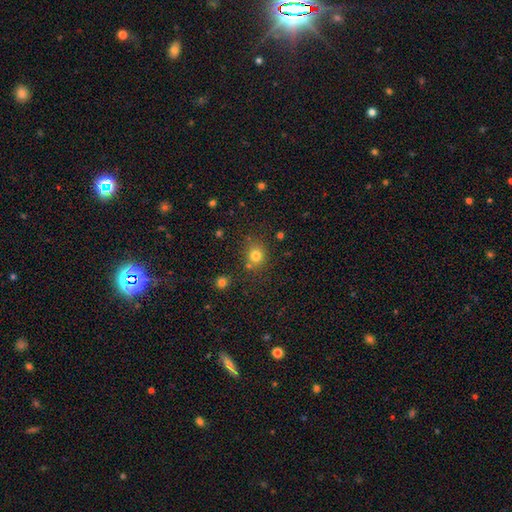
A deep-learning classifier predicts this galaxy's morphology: Smooth or featured: smooth — 79% (star or artifact — 14%)
How rounded: round — 82% (in between — 17%)
Merging: none — 75% (minor disturbance — 11%)